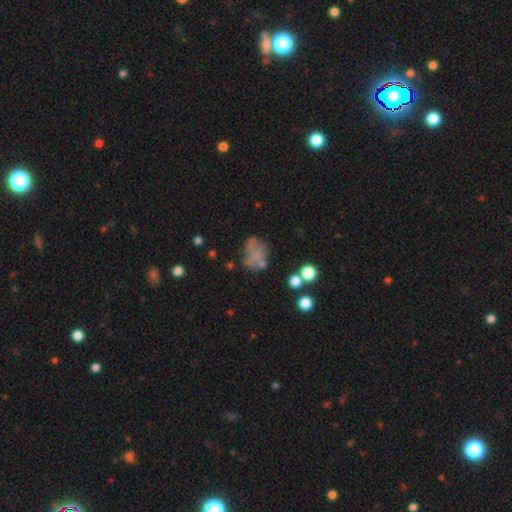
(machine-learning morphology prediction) smooth_or_featured: smooth (p=0.59) [alt: featured or disk p=0.25]
how_rounded: in between (p=0.52) [alt: round p=0.46]
merging: none (p=0.48) [alt: minor disturbance p=0.24]